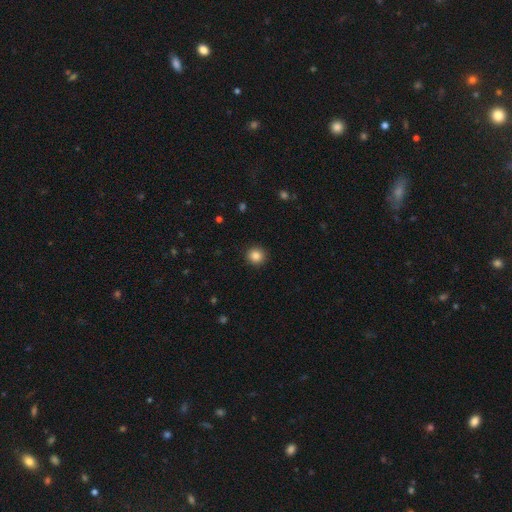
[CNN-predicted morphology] Smooth or featured? Predicted: smooth (p=0.85). How rounded? Predicted: round (p=0.94). Merging? Predicted: none (p=0.93).